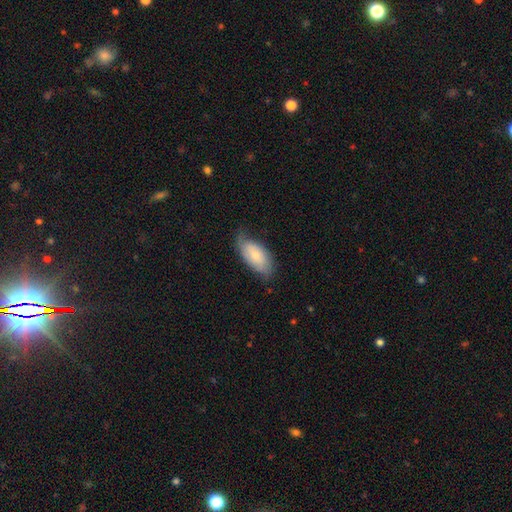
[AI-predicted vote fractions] This appears to be a smooth galaxy with no disk features (65%) that is in between round and cigar-shaped (92%). Merging: none (60%).